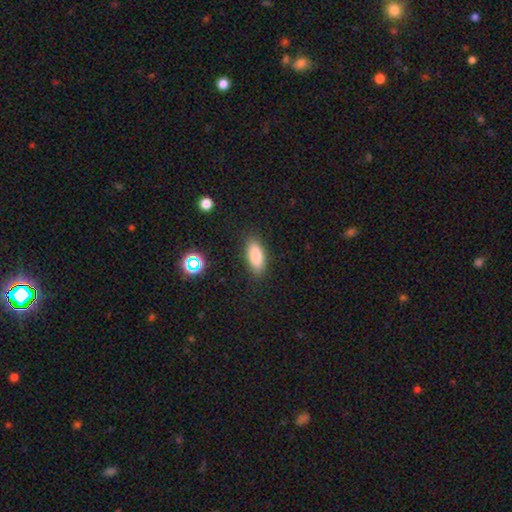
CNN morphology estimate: This is clearly a smooth galaxy (85%). How rounded: clearly in between (81%). Merging: clearly none (84%).